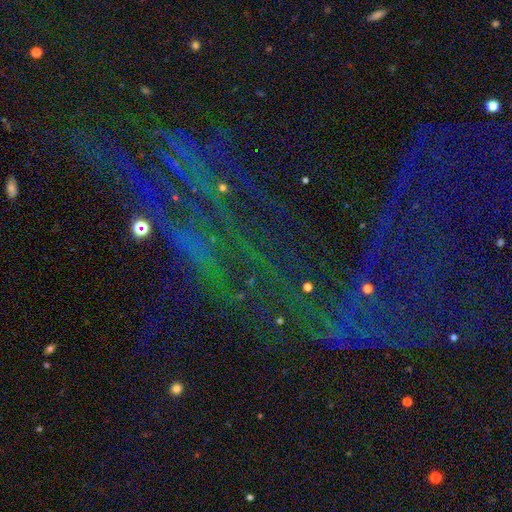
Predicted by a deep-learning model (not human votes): Smooth or featured?
  - star or artifact: 80% *
  - featured or disk: 11%
  - smooth: 9%